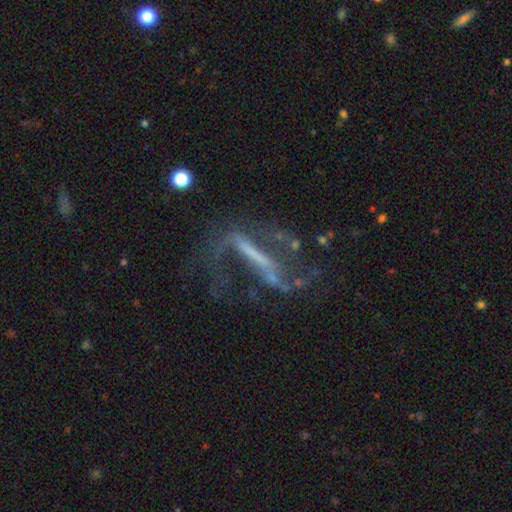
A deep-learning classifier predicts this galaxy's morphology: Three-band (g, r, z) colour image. It shows a featured or disk galaxy (74%) with a strong bar (67%), spiral arms (65%) and no central bulge (61%). Merging: none (42%).